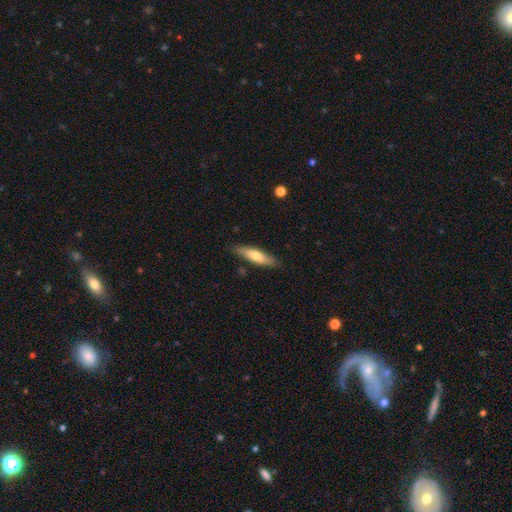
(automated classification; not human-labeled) Smooth or featured?
  - smooth: 63% *
  - featured or disk: 31%
  - star or artifact: 6%
How rounded?
  - cigar-shaped: 73% *
  - in between: 25%
  - round: 2%
Merging?
  - none: 83% *
  - minor disturbance: 13%
  - major disturbance: 2%
  - merger: 2%